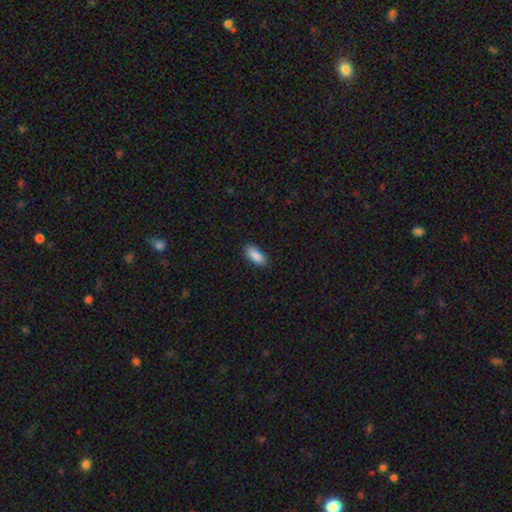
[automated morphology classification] The model was most divided on "how rounded": in between: 83%, cigar-shaped: 15%, round: 2%. More confident: smooth or featured — smooth (88%); merging — none (87%).